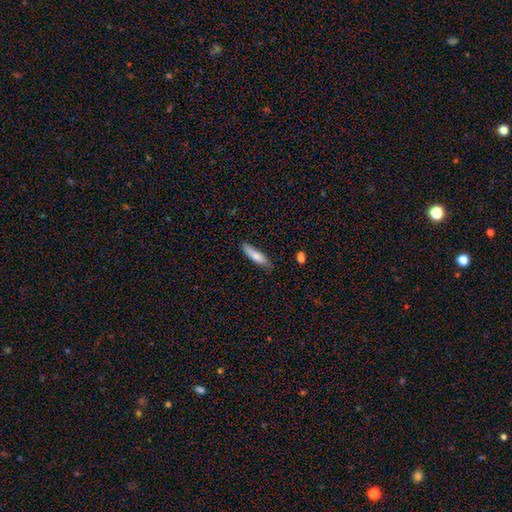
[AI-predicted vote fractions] This is clearly a smooth galaxy (80%). How rounded: likely cigar-shaped (71%). Merging: likely none (78%).